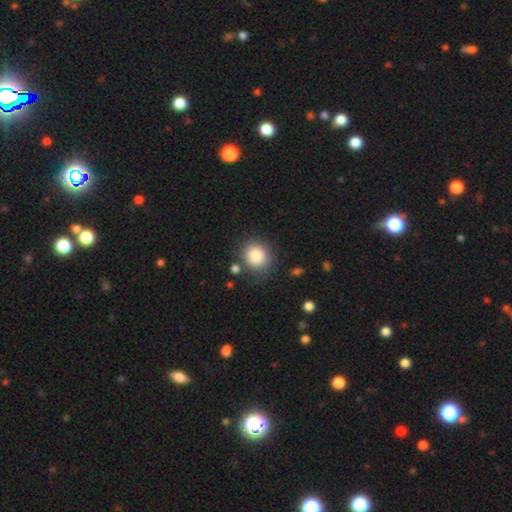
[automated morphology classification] This appears to be a smooth galaxy with no disk features (85%) that is round (79%). Merging: none (72%).